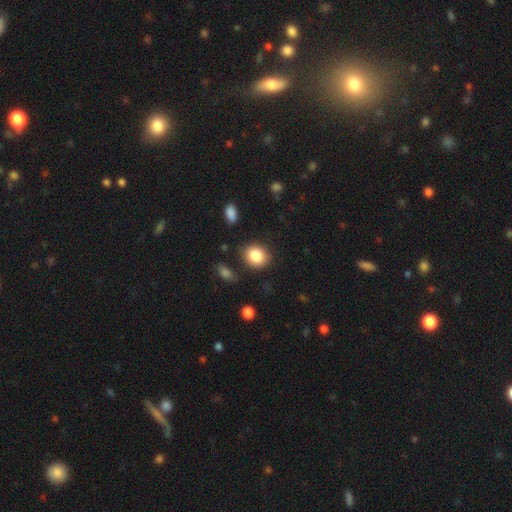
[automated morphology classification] Smooth or featured? Predicted: smooth (p=0.85). How rounded? Predicted: round (p=0.65). Merging? Predicted: none (p=0.82).